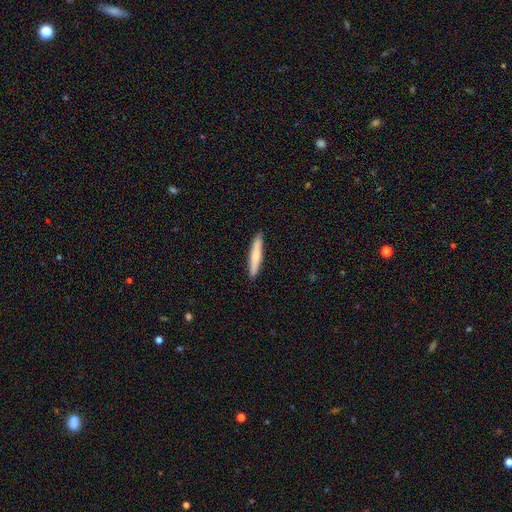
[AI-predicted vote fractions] Smooth or featured?
  - smooth: 66% *
  - featured or disk: 28%
  - star or artifact: 5%
How rounded?
  - cigar-shaped: 92% *
  - in between: 7%
  - round: 1%
Merging?
  - none: 91% *
  - minor disturbance: 7%
  - major disturbance: 1%
  - merger: 1%